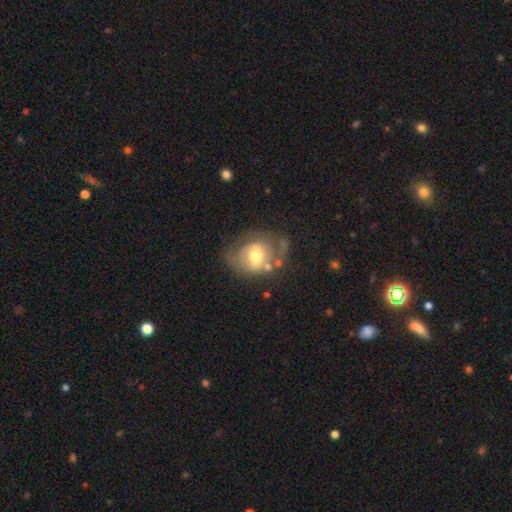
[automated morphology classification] Smooth or featured? Predicted: featured or disk (p=0.52). Edge-on disk? Predicted: no (p=0.96). Merging? Predicted: none (p=0.47).